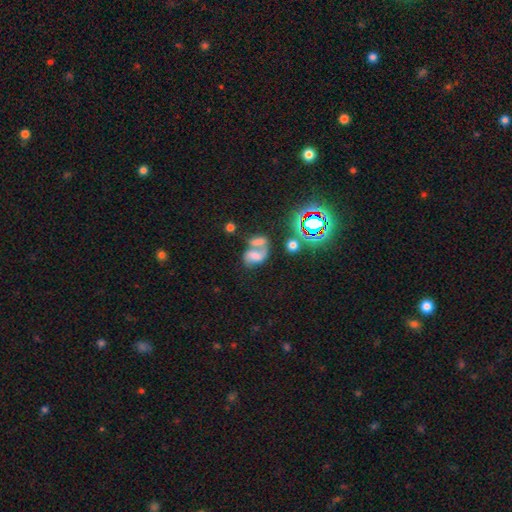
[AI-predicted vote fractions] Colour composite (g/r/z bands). It shows a smooth galaxy with no disk features (42%). Merging: merger (60%).